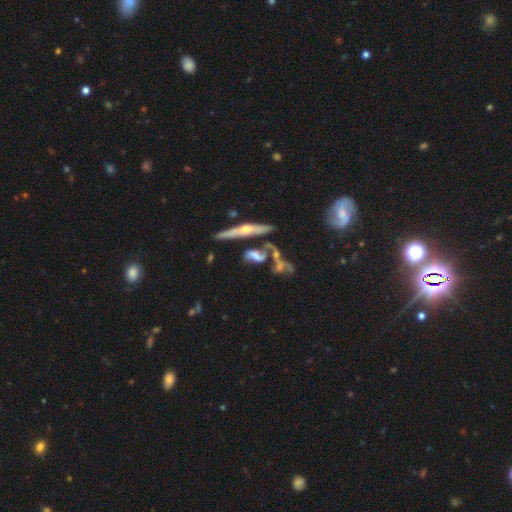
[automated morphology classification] featured or disk 51%, smooth 37%, star or artifact 12%. Down the decision tree: edge-on disk — no (51%); merging — none (39%).